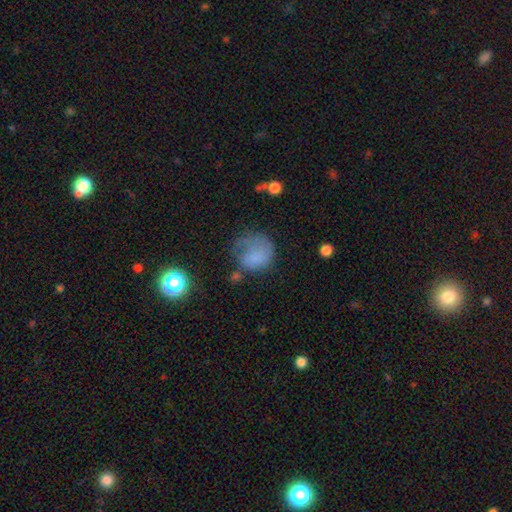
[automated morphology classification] The model was most divided on "merging": major disturbance: 37%, none: 32%, minor disturbance: 27%, merger: 4%. More confident: how rounded — round (70%); smooth or featured — smooth (67%).